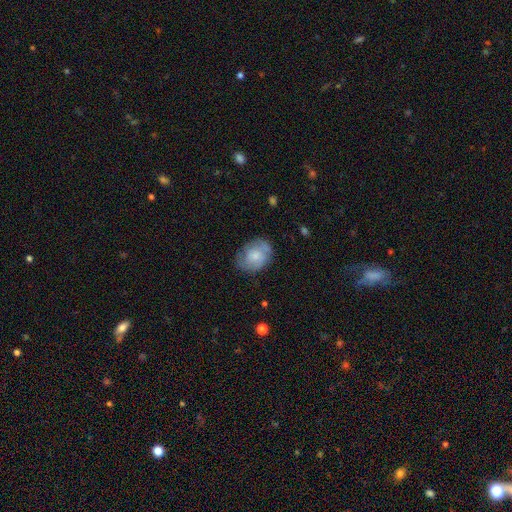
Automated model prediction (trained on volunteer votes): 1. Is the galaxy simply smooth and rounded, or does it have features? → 64% smooth, 29% featured or disk, 7% star or artifact.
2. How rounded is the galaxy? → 62% in between, 37% round, 1% cigar-shaped.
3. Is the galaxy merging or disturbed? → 63% none, 26% minor disturbance, 9% major disturbance, 2% merger.